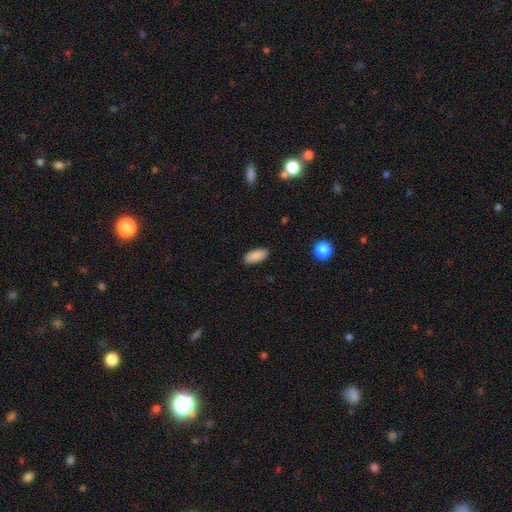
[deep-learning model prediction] Smooth or featured?
  - smooth: 89% *
  - star or artifact: 7%
  - featured or disk: 4%
How rounded?
  - in between: 88% *
  - cigar-shaped: 10%
  - round: 2%
Merging?
  - none: 89% *
  - minor disturbance: 8%
  - major disturbance: 2%
  - merger: 1%